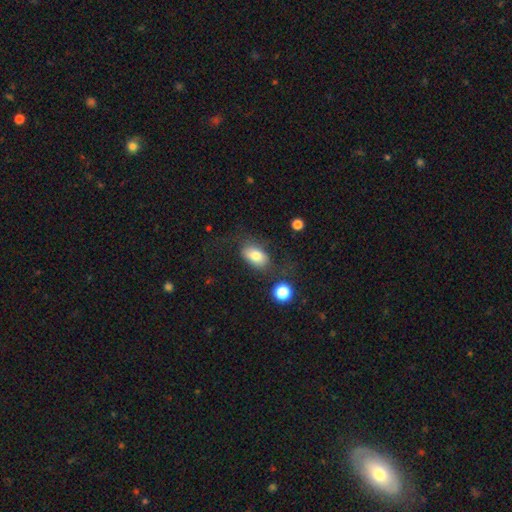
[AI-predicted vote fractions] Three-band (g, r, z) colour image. It shows a smooth galaxy with no disk features (78%) that is in between round and cigar-shaped (88%). Merging: none (59%).